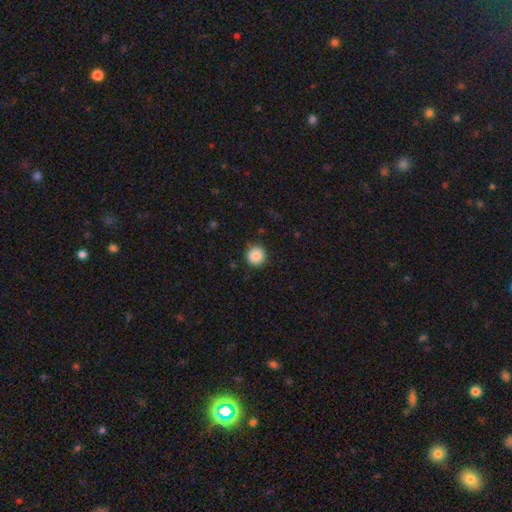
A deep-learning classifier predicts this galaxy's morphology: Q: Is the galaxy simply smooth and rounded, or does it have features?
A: smooth — 86%.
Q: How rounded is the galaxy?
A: round — 93%.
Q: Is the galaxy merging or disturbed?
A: none — 87%.